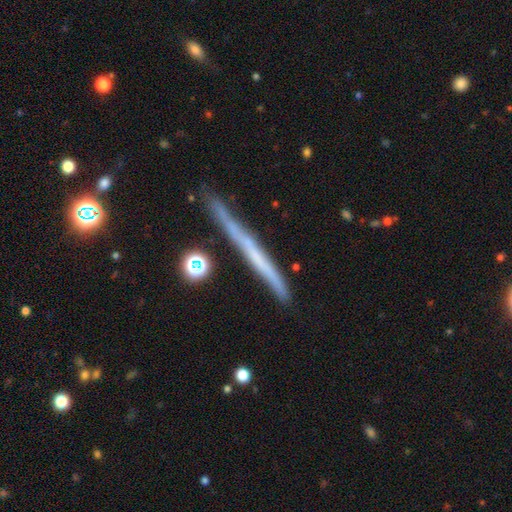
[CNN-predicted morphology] This is possibly a featured or disk galaxy (57%). It is clearly viewed edge-on (96%). Edge-on bulge: clearly none (87%). Merging: clearly none (82%).